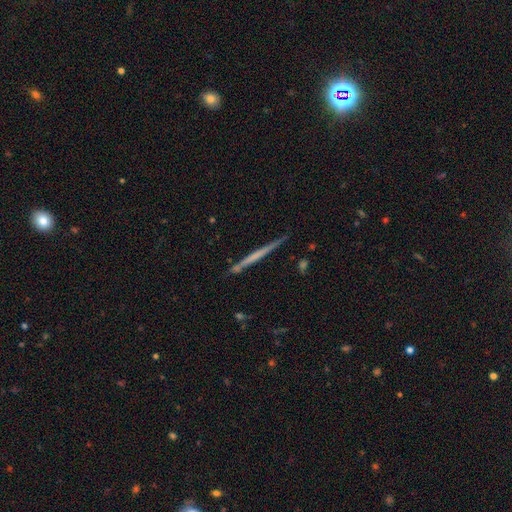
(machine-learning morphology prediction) This is possibly a featured or disk galaxy (54%). It is clearly viewed edge-on (97%). Edge-on bulge: clearly none (87%). Merging: clearly none (85%).